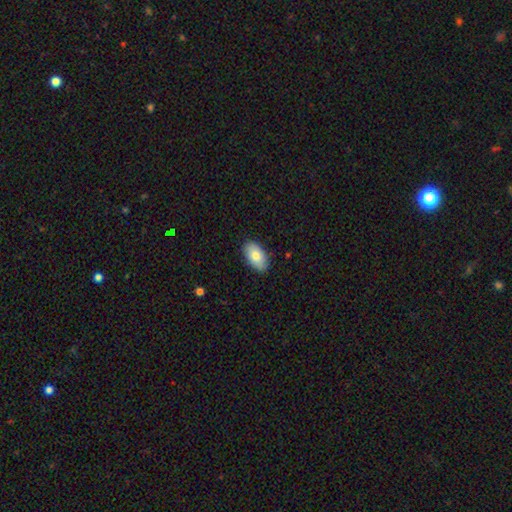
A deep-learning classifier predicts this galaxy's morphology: Smooth or featured?
  - smooth: 78% *
  - featured or disk: 16%
  - star or artifact: 6%
How rounded?
  - in between: 94% *
  - round: 4%
  - cigar-shaped: 2%
Merging?
  - none: 86% *
  - minor disturbance: 11%
  - major disturbance: 2%
  - merger: 1%